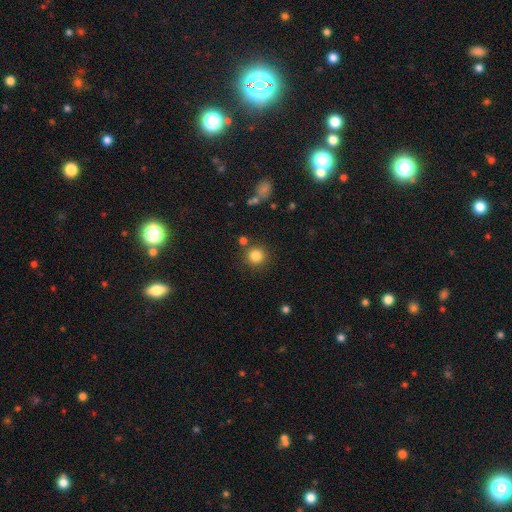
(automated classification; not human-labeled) A smooth galaxy with no disk features (83%) that is round (93%). Merging: none (83%).